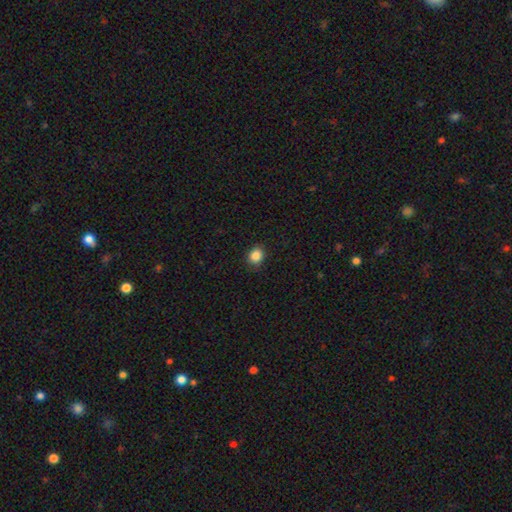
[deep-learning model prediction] Smooth or featured: smooth — 86% (star or artifact — 10%)
How rounded: round — 65% (in between — 34%)
Merging: none — 88% (minor disturbance — 9%)